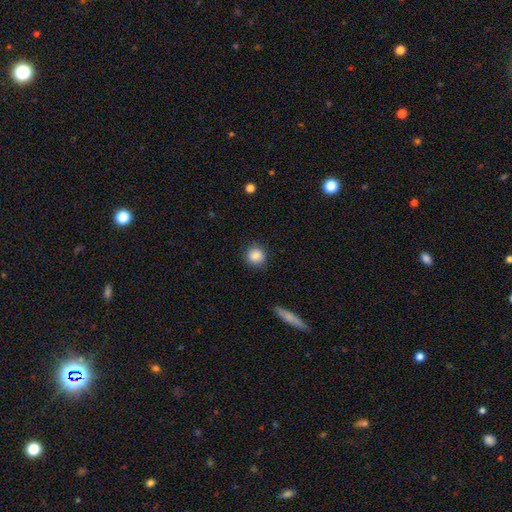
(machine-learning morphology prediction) smooth-or-featured: smooth: 87% | star or artifact: 9% | featured or disk: 4%
  how-rounded: round: 91% | in between: 8% | cigar-shaped: 1%
  merging: none: 89% | minor disturbance: 8% | major disturbance: 2% | merger: 1%